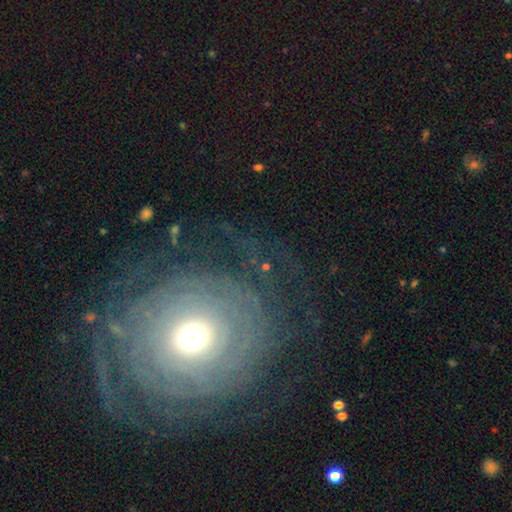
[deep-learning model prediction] This is likely a featured or disk galaxy (74%). It is clearly not viewed edge-on (96%). Bar: likely no (80%). Spiral arm pattern: clearly yes (81%). Spiral arm count: marginally can't tell (43%). Spiral winding: likely tight (77%). Central bulge: likely moderate (66%). Merging: likely none (72%).